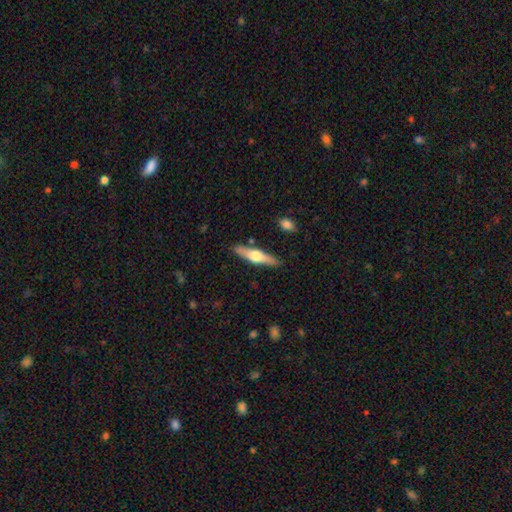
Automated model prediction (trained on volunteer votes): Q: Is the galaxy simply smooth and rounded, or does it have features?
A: featured or disk — 55%.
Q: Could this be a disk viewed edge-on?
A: yes — 95%.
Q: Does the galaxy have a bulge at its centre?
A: rounded — 93%.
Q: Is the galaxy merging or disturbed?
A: none — 87%.